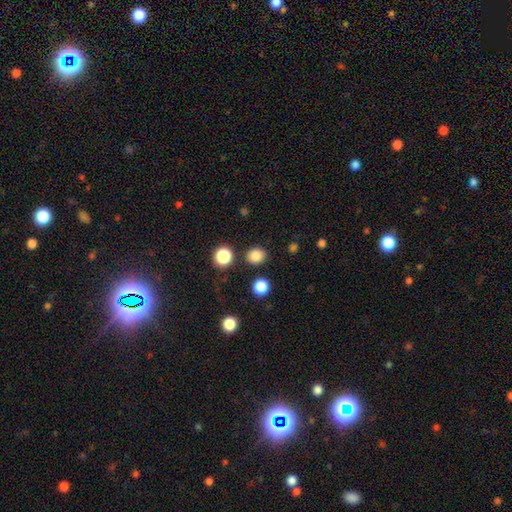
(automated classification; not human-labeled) smooth_or_featured: smooth (p=0.83) [alt: star or artifact p=0.13]
how_rounded: round (p=0.77) [alt: in between p=0.22]
merging: none (p=0.86) [alt: minor disturbance p=0.07]